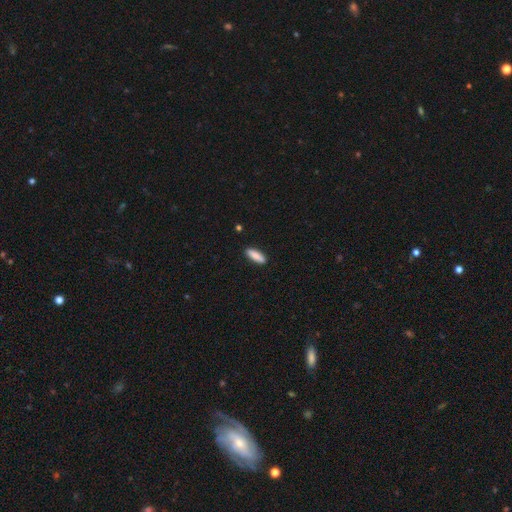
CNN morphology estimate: A smooth galaxy with no disk features (87%) that is cigar-shaped (57%). Merging: none (90%).